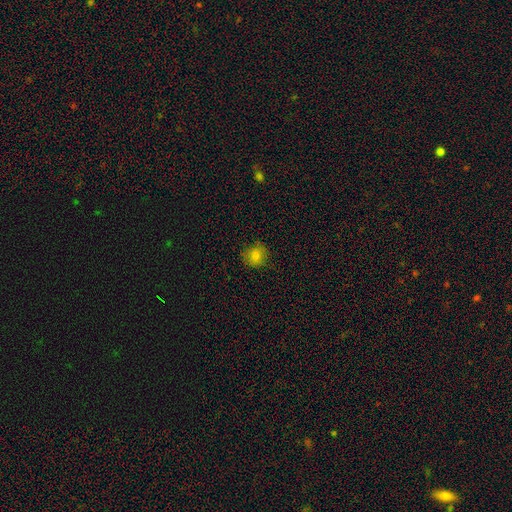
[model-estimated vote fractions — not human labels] Smooth or featured? Predicted: smooth (p=0.79). How rounded? Predicted: round (p=0.83). Merging? Predicted: none (p=0.85).